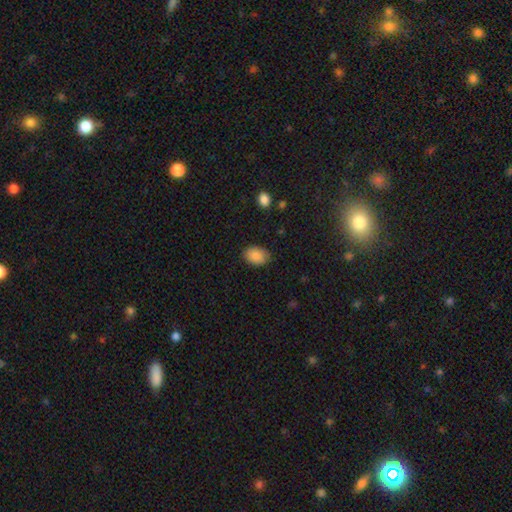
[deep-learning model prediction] smooth_or_featured: smooth (p=0.89) [alt: star or artifact p=0.08]
how_rounded: in between (p=0.81) [alt: round p=0.18]
merging: none (p=0.83) [alt: minor disturbance p=0.13]